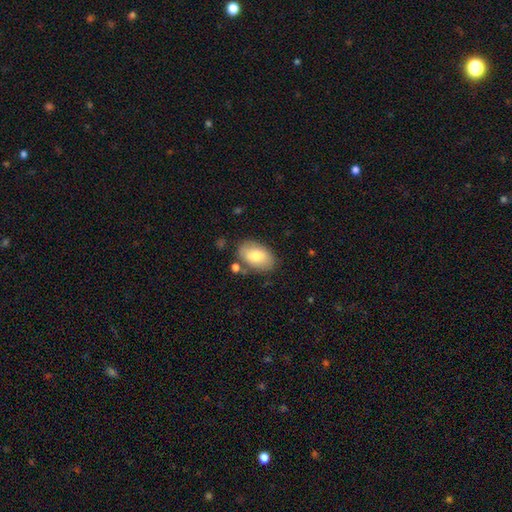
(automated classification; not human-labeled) smooth-or-featured: smooth: 77% | featured or disk: 16% | star or artifact: 7%
  how-rounded: in between: 89% | round: 9% | cigar-shaped: 1%
  merging: none: 77% | minor disturbance: 14% | merger: 5% | major disturbance: 4%